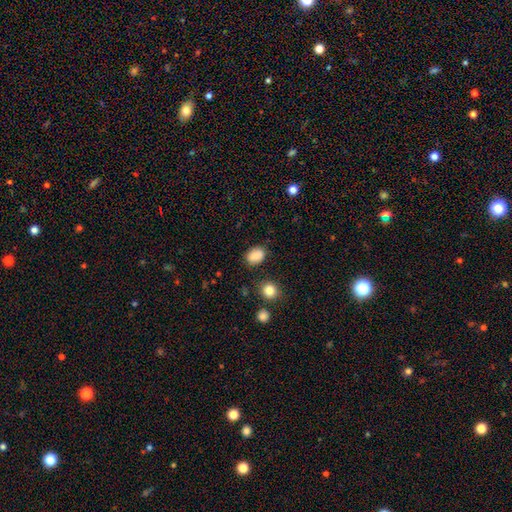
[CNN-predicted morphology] Smooth or featured: smooth — 87% (star or artifact — 9%)
How rounded: in between — 75% (round — 23%)
Merging: none — 81% (minor disturbance — 13%)